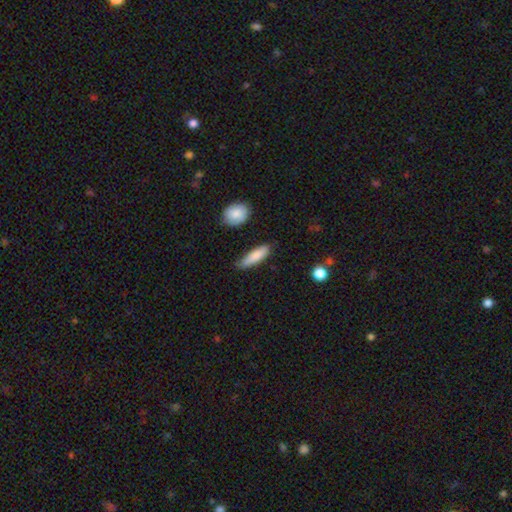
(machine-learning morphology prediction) Smooth or featured?
  - smooth: 84% *
  - featured or disk: 10%
  - star or artifact: 6%
How rounded?
  - cigar-shaped: 58% *
  - in between: 40%
  - round: 2%
Merging?
  - none: 75% *
  - minor disturbance: 19%
  - major disturbance: 3%
  - merger: 3%